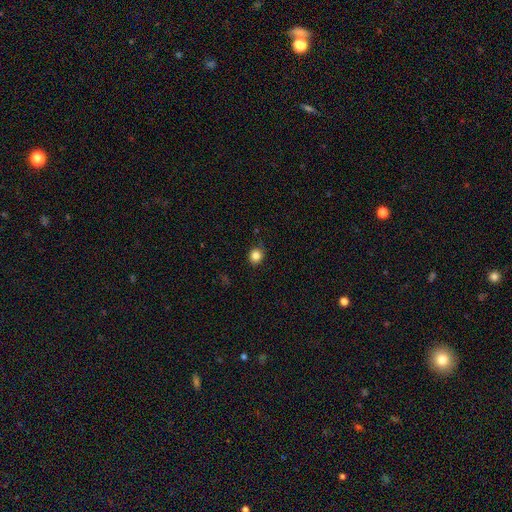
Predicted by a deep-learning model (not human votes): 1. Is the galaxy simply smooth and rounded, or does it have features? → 84% smooth, 11% star or artifact, 5% featured or disk.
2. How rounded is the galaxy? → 86% round, 13% in between, 1% cigar-shaped.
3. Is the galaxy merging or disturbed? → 85% none, 12% minor disturbance, 3% major disturbance, 1% merger.